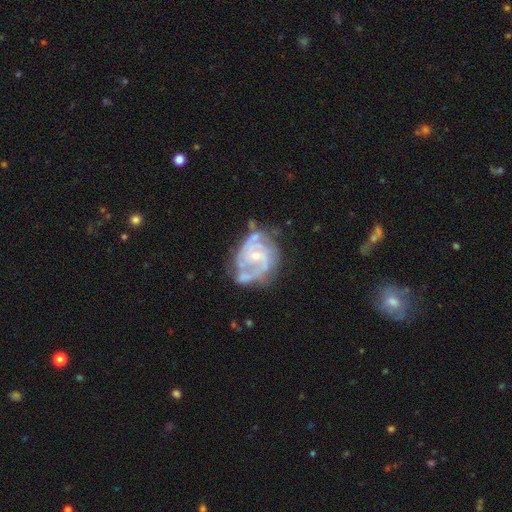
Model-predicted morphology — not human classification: This appears to be a featured or disk galaxy (88%) with no bar (61%), 2 (46%) tight (50%) spiral arms (94%) and a small central bulge (65%). Merging: none (49%).